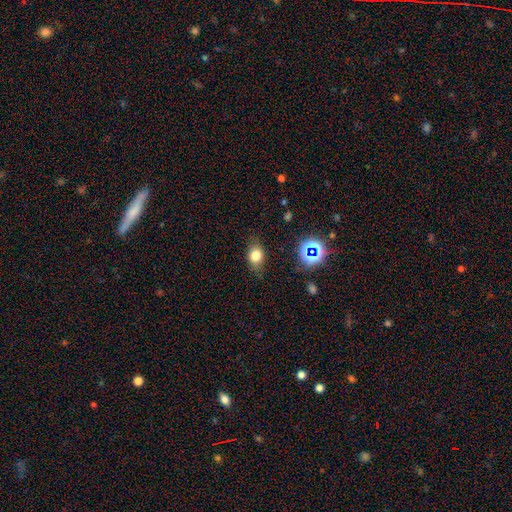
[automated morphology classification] Smooth or featured?
  - smooth: 73% *
  - star or artifact: 14%
  - featured or disk: 13%
How rounded?
  - in between: 66% *
  - round: 32%
  - cigar-shaped: 2%
Merging?
  - none: 76% *
  - minor disturbance: 17%
  - major disturbance: 5%
  - merger: 2%